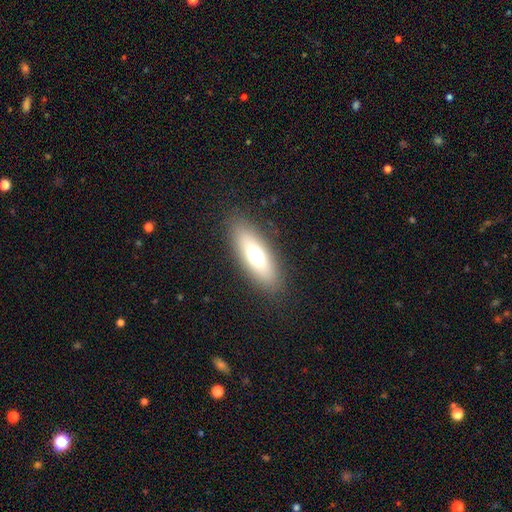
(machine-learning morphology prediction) This is likely a smooth galaxy (64%). How rounded: likely in between (62%). Merging: clearly none (87%).